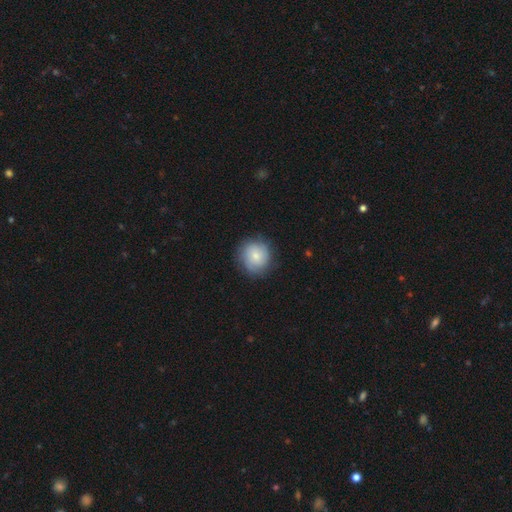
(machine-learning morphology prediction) smooth 72%, featured or disk 20%, star or artifact 8%. Down the decision tree: how rounded — round (91%); merging — none (82%).